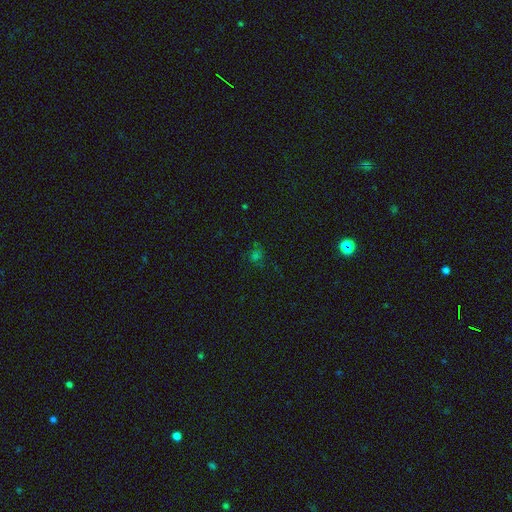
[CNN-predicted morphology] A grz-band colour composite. It shows a star or artifact, not a galaxy (49%).